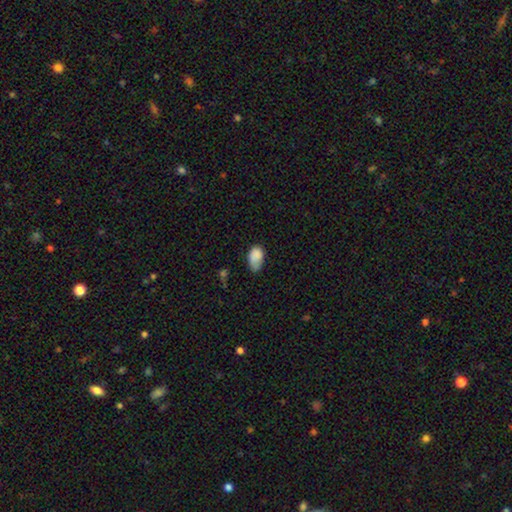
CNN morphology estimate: This appears to be a smooth galaxy with no disk features (84%) that is in between round and cigar-shaped (90%). Merging: none (42%).